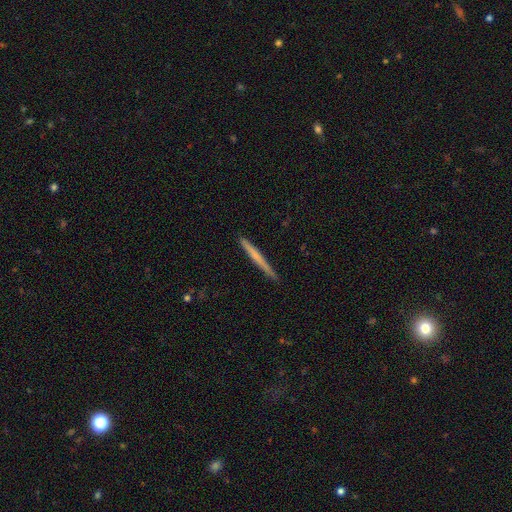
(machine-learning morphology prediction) This appears to be a smooth galaxy with no disk features (55%) that is cigar-shaped (97%). Merging: none (90%).